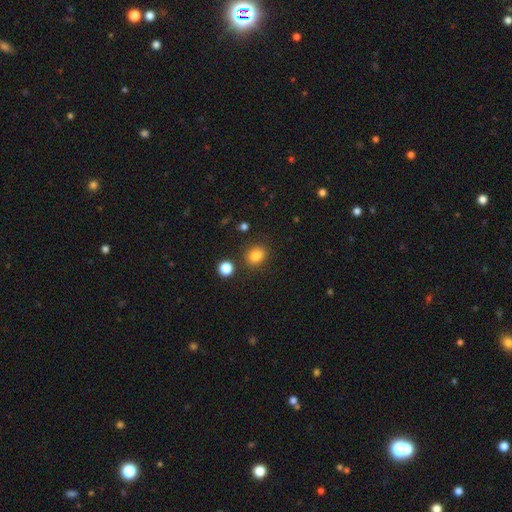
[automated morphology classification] smooth-or-featured: smooth: 83% | star or artifact: 12% | featured or disk: 5%
  how-rounded: round: 61% | in between: 38% | cigar-shaped: 1%
  merging: none: 83% | minor disturbance: 9% | merger: 4% | major disturbance: 3%